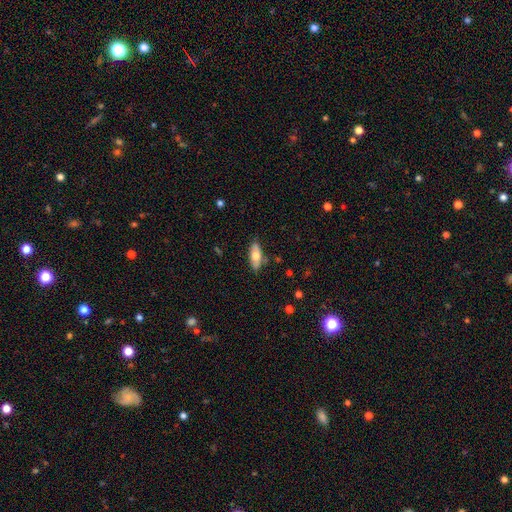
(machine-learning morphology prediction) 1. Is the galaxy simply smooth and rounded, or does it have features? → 66% smooth, 28% featured or disk, 6% star or artifact.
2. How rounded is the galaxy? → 78% in between, 20% cigar-shaped, 3% round.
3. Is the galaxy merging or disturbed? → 80% none, 15% minor disturbance, 3% major disturbance, 3% merger.